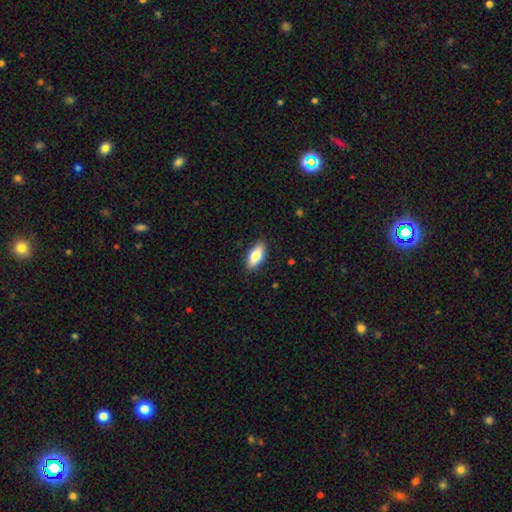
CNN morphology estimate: Smooth or featured? Predicted: smooth (p=0.77). How rounded? Predicted: in between (p=0.85). Merging? Predicted: none (p=0.88).